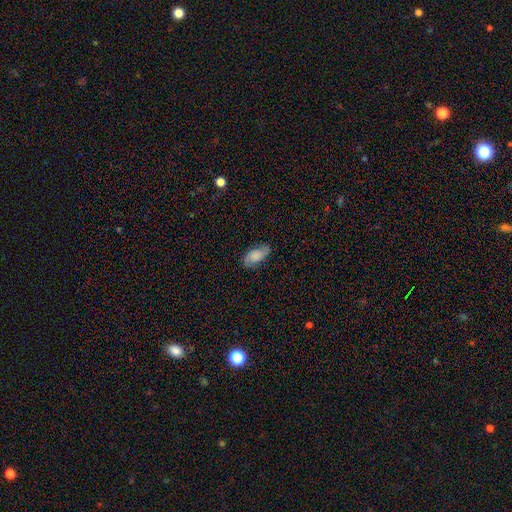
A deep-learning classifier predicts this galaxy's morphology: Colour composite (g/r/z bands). It shows a smooth galaxy with no disk features (48%). Merging: none (72%).